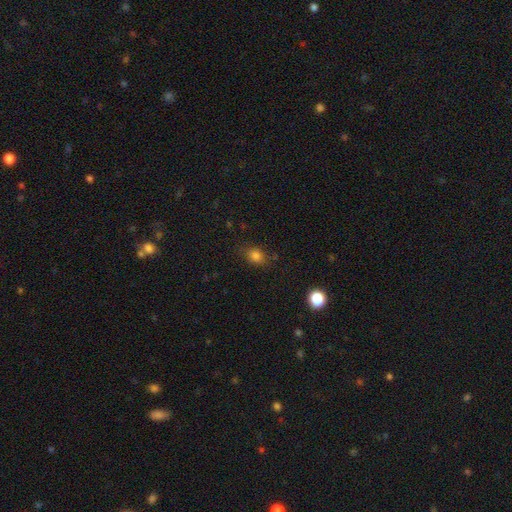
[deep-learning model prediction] Smooth or featured?
  - smooth: 81% *
  - star or artifact: 13%
  - featured or disk: 6%
How rounded?
  - in between: 53% *
  - round: 45%
  - cigar-shaped: 2%
Merging?
  - none: 77% *
  - minor disturbance: 16%
  - major disturbance: 5%
  - merger: 2%